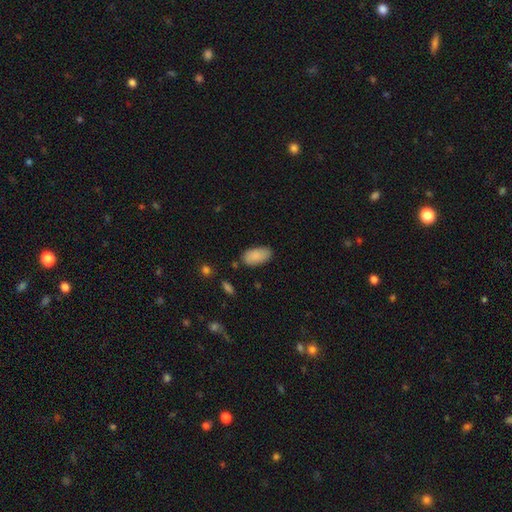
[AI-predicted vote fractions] Smooth or featured? Predicted: smooth (p=0.88). How rounded? Predicted: in between (p=0.94). Merging? Predicted: none (p=0.78).